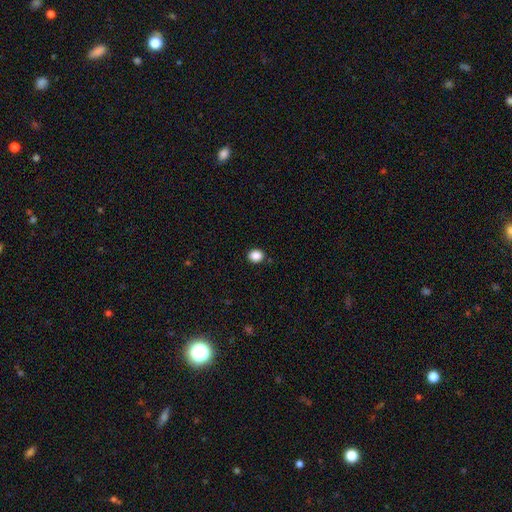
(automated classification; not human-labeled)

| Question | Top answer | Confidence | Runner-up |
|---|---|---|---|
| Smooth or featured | smooth | 88% | star or artifact (10%) |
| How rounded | round | 69% | in between (30%) |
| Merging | none | 89% | minor disturbance (7%) |